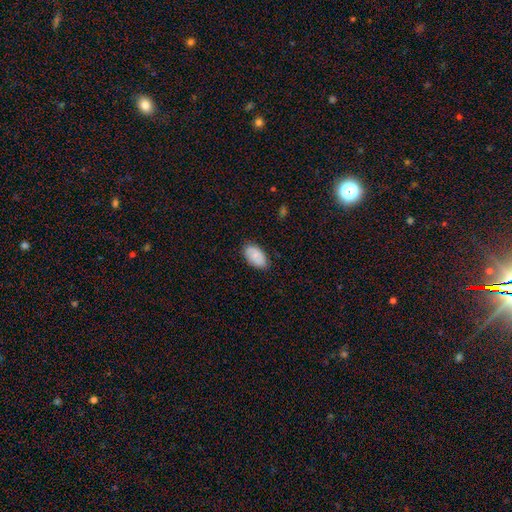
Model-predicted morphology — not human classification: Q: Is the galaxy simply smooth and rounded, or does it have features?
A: smooth — 81%.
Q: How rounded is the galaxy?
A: in between — 94%.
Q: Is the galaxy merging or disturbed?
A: none — 82%.